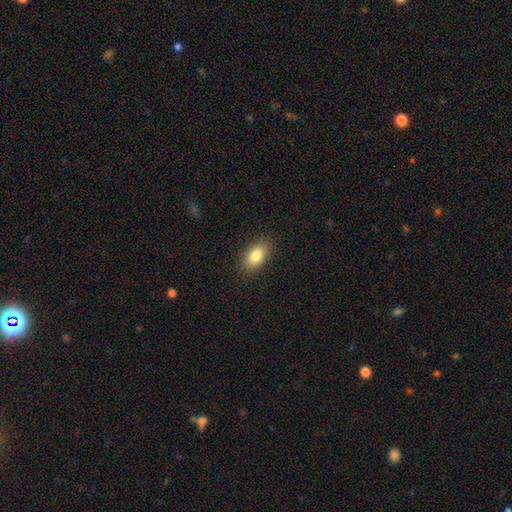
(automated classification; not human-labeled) smooth 83%, featured or disk 8%, star or artifact 8%. Down the decision tree: how rounded — in between (89%); merging — none (87%).